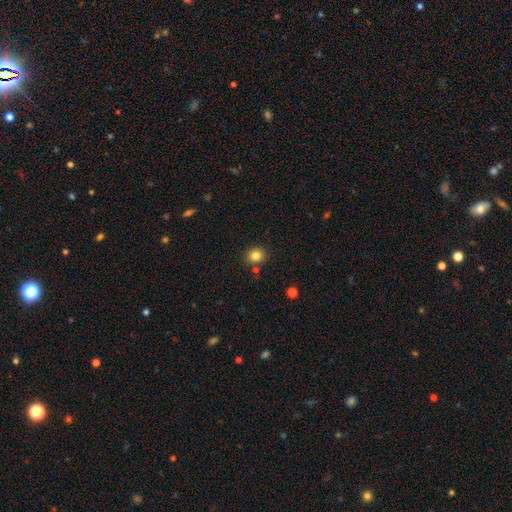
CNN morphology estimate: A smooth galaxy with no disk features (82%) that is round (80%). Merging: none (84%).